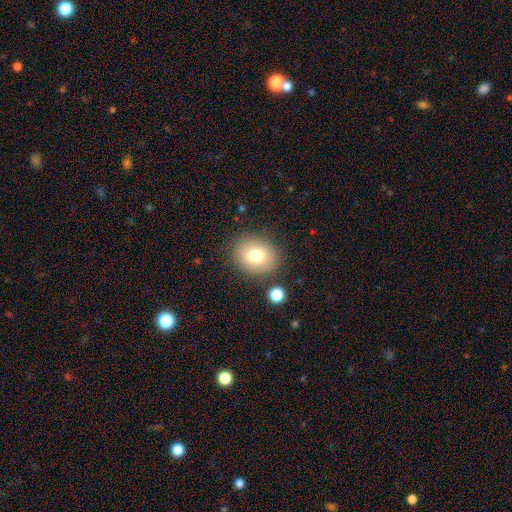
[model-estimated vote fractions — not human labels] smooth 75%, featured or disk 14%, star or artifact 11%. Down the decision tree: how rounded — round (61%); merging — none (82%).